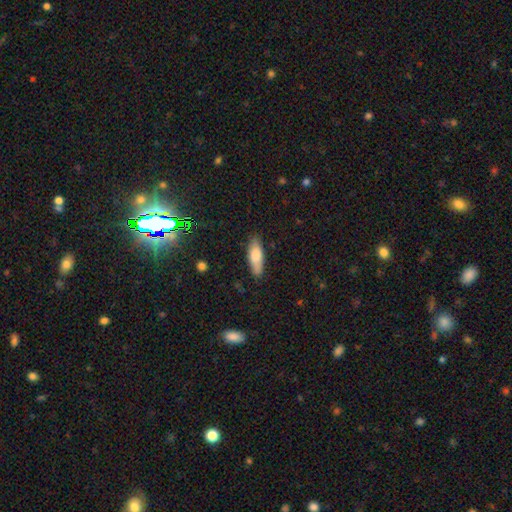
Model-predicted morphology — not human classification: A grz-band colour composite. It shows a smooth galaxy with no disk features (78%) that is in between round and cigar-shaped (61%). Merging: none (82%).